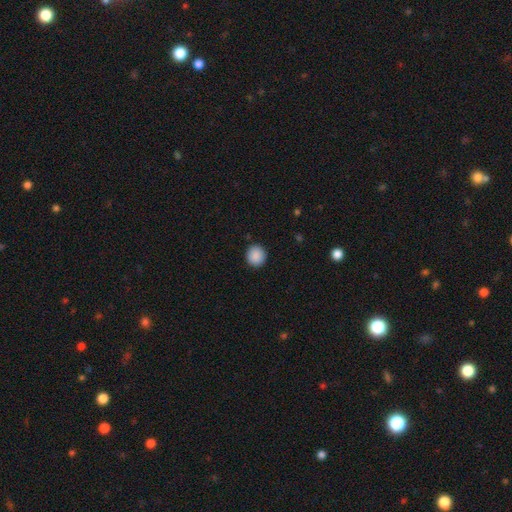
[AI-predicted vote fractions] A smooth galaxy with no disk features (90%) that is round (89%). Merging: none (91%).